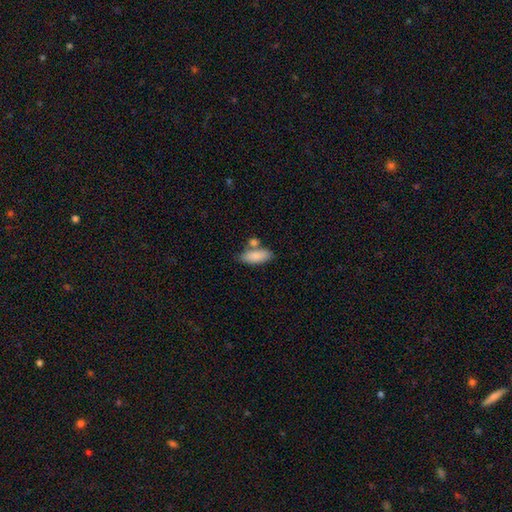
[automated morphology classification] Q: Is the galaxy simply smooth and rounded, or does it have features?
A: smooth — 85%.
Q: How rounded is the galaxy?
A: in between — 81%.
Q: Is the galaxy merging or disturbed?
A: none — 57%.